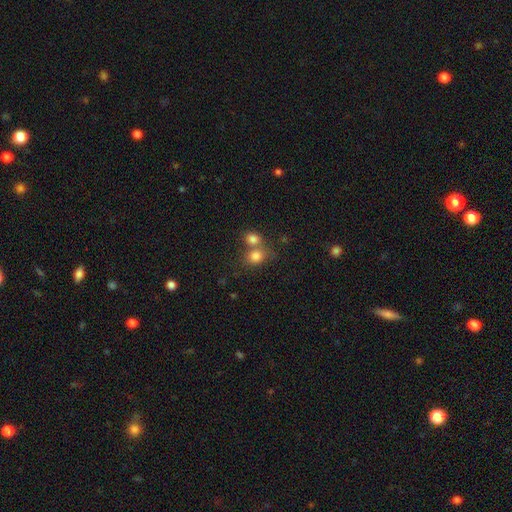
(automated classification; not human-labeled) smooth 80%, star or artifact 11%, featured or disk 8%. Down the decision tree: how rounded — round (59%); merging — merger (48%).